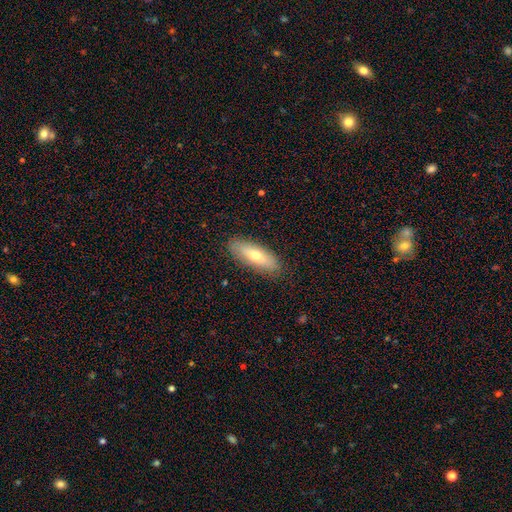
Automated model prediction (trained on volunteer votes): The model was most divided on "how rounded": in between: 54%, cigar-shaped: 44%, round: 2%. More confident: merging — none (88%); smooth or featured — smooth (65%).